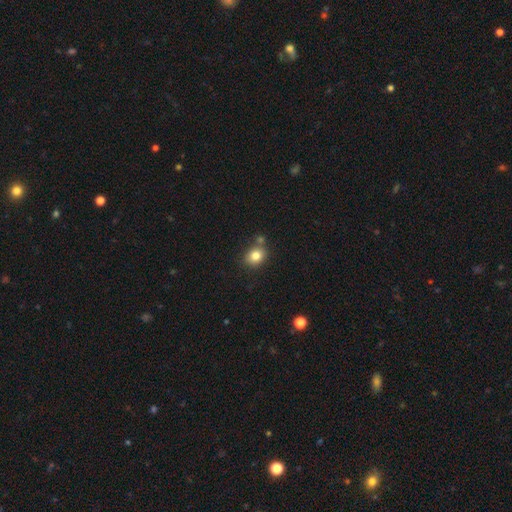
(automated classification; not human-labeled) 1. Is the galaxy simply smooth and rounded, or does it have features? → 81% smooth, 11% star or artifact, 8% featured or disk.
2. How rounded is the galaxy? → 57% round, 43% in between, 1% cigar-shaped.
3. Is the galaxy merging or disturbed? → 68% none, 15% merger, 13% minor disturbance, 3% major disturbance.